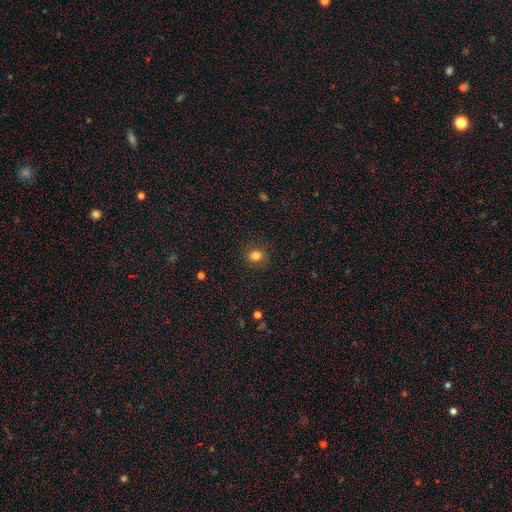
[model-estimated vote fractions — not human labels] Smooth or featured? Predicted: smooth (p=0.81). How rounded? Predicted: round (p=0.69). Merging? Predicted: none (p=0.87).